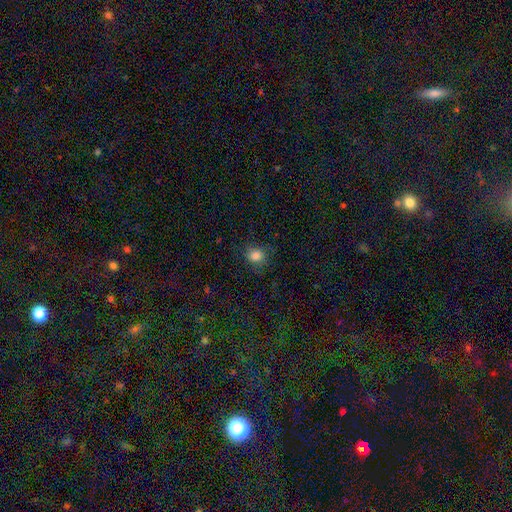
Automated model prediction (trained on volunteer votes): The model was most divided on "how rounded": round: 75%, in between: 24%, cigar-shaped: 1%. More confident: smooth or featured — smooth (83%); merging — none (78%).